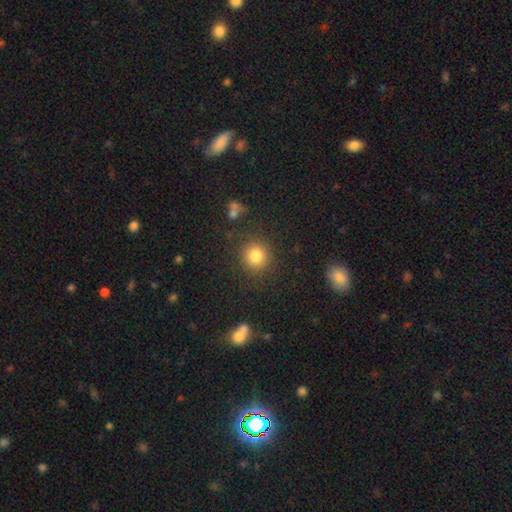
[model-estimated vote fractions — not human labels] This is clearly a smooth galaxy (82%). How rounded: clearly round (91%). Merging: clearly none (86%).